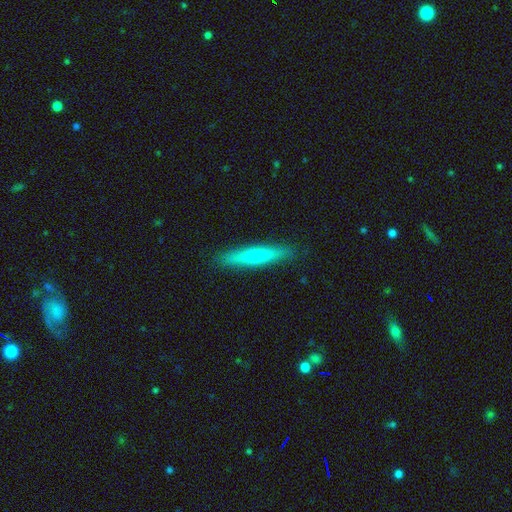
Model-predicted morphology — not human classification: Overall: smooth (59%; featured or disk 36%). How rounded: cigar-shaped (90%). Merging: none (90%).